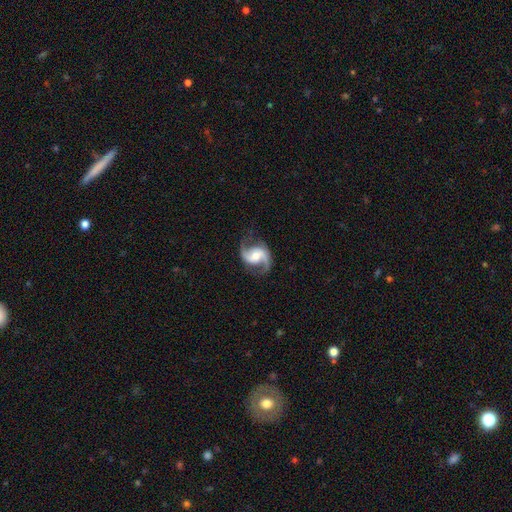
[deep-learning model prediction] Smooth or featured? Predicted: featured or disk (p=0.90). Edge-on disk? Predicted: no (p=0.98). Bar? Predicted: weak (p=0.42). Spiral arms? Predicted: yes (p=0.98). Spiral winding? Predicted: medium (p=0.47). Spiral arm count? Predicted: 2 (p=0.93). Bulge size? Predicted: moderate (p=0.56). Merging? Predicted: none (p=0.77).